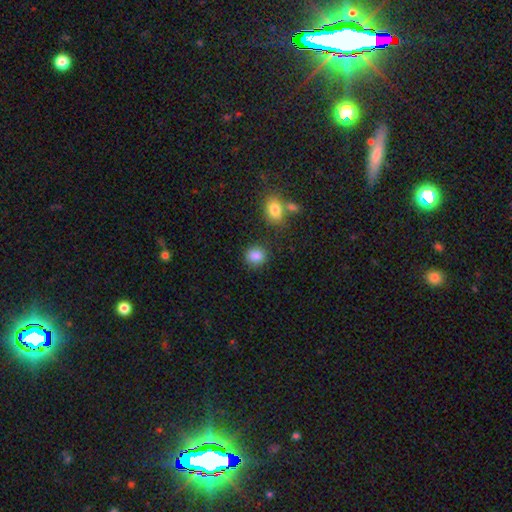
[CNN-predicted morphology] A smooth galaxy with no disk features (86%) that is round (69%). Merging: none (81%).